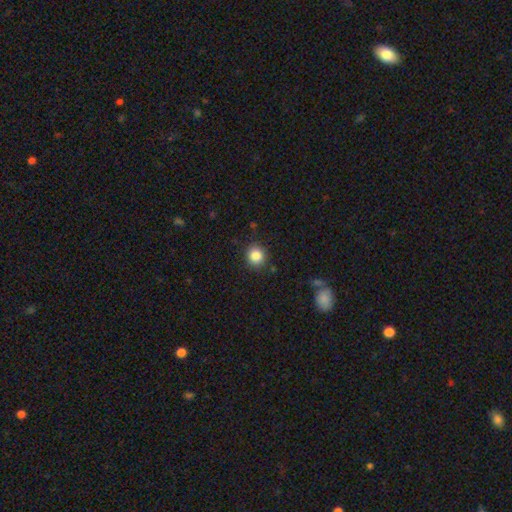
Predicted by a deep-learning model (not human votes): smooth 85%, star or artifact 10%, featured or disk 5%. Down the decision tree: how rounded — round (87%); merging — none (88%).